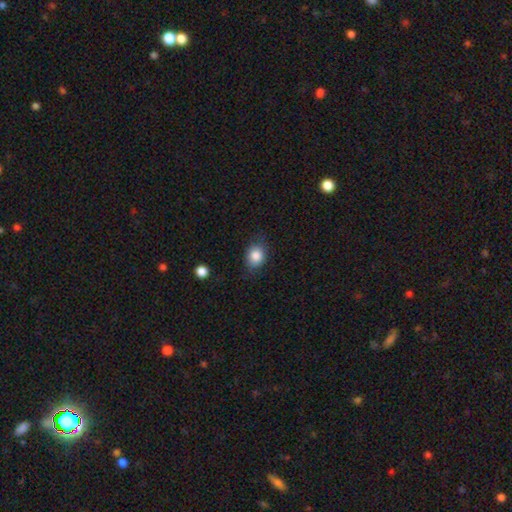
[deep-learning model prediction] Overall: smooth (84%). How rounded: round (51%; in between 48%). Merging: none (75%).